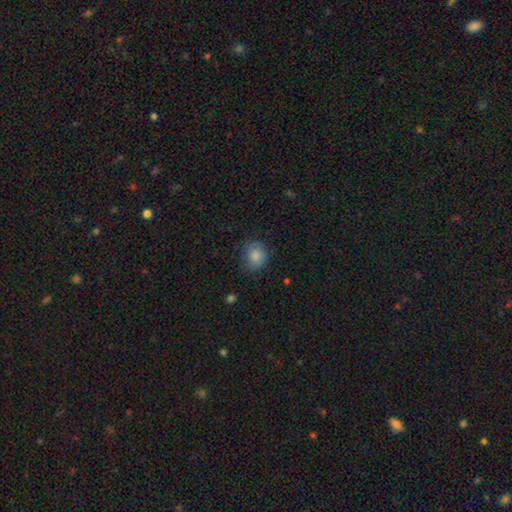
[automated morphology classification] type=smooth (82%); roundness=round (70%); merging=none (68%).